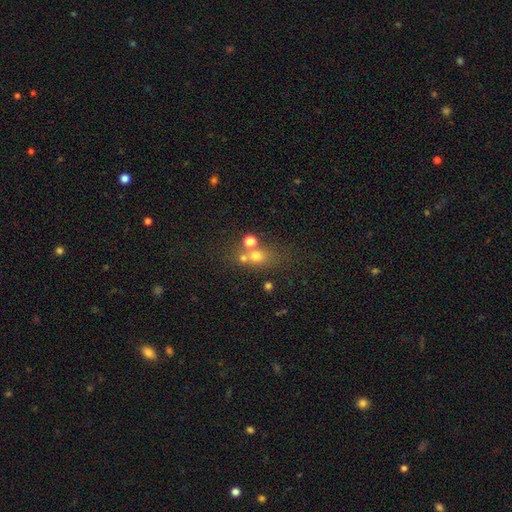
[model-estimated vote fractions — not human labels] This appears to be a smooth galaxy with no disk features (61%) that is round (61%). Merging: none (47%).